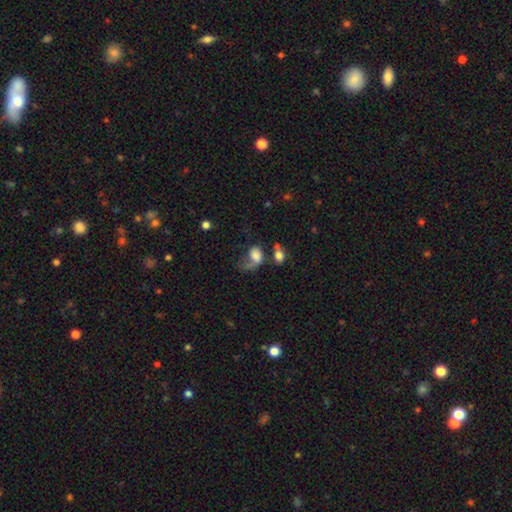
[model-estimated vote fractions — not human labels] smooth 61%, featured or disk 28%, star or artifact 11%. Down the decision tree: how rounded — in between (68%); merging — major disturbance (47%).